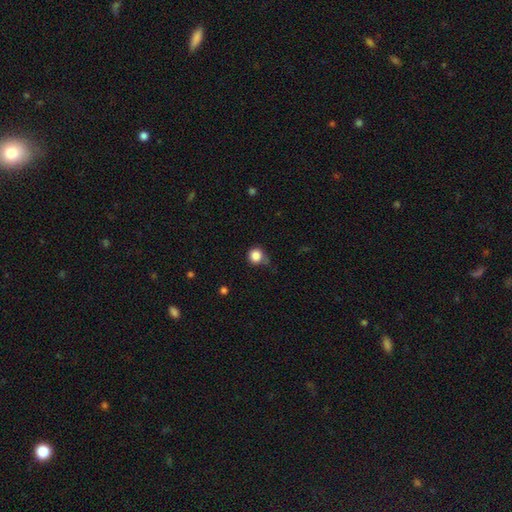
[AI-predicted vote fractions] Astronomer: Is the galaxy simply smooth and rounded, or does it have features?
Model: smooth — 86%.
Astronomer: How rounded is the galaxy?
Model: round — 93%.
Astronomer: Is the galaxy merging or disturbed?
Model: none — 70%.